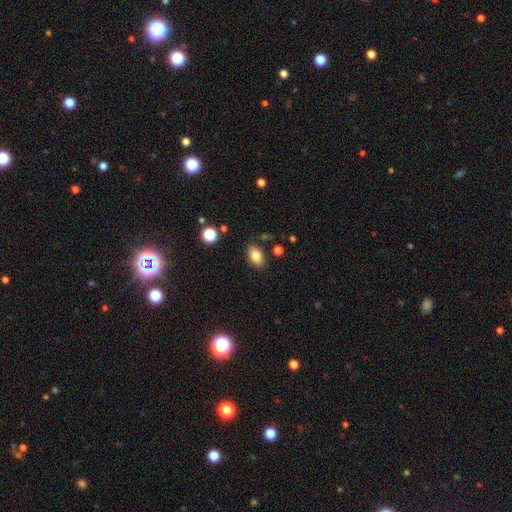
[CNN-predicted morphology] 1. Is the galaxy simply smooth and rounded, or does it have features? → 84% smooth, 9% star or artifact, 7% featured or disk.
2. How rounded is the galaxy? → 90% in between, 9% round, 2% cigar-shaped.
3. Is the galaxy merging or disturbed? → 85% none, 10% minor disturbance, 3% major disturbance, 2% merger.